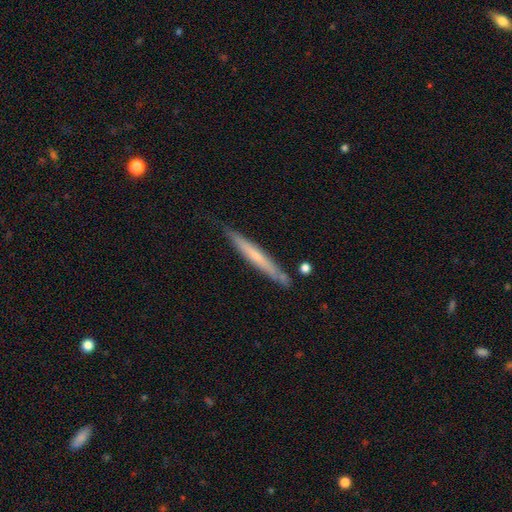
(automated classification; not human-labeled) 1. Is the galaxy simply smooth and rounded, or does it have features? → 50% smooth, 44% featured or disk, 6% star or artifact.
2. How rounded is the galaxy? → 96% cigar-shaped, 3% in between, 1% round.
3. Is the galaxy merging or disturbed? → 81% none, 13% minor disturbance, 3% merger, 2% major disturbance.